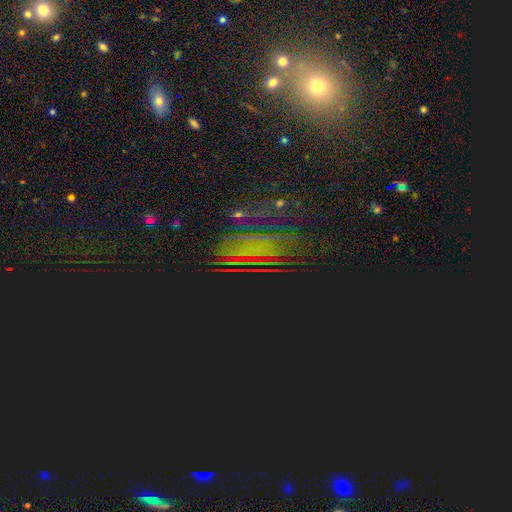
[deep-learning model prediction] Q: Smooth or featured?
A: star or artifact (54%); runner-up: smooth (27%)